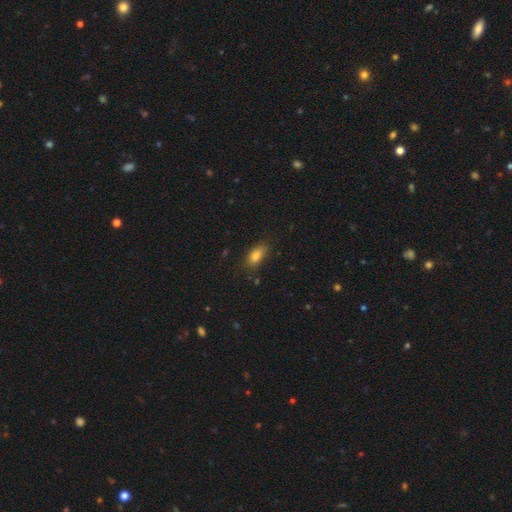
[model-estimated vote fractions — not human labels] Smooth or featured: smooth — 83% (star or artifact — 9%)
How rounded: in between — 85% (cigar-shaped — 9%)
Merging: none — 78% (minor disturbance — 17%)